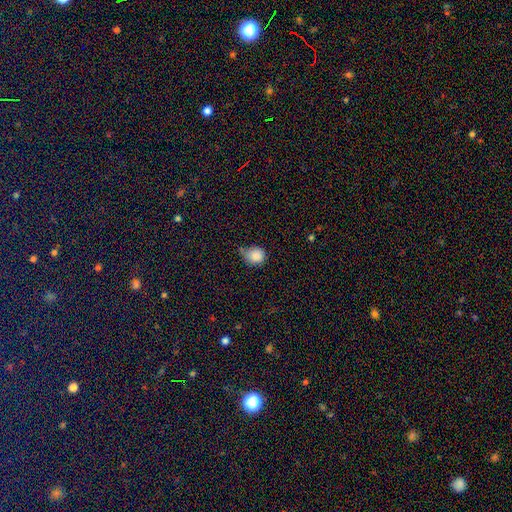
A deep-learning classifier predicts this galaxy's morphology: smooth 86%, star or artifact 9%, featured or disk 5%. Down the decision tree: how rounded — round (80%); merging — none (44%).